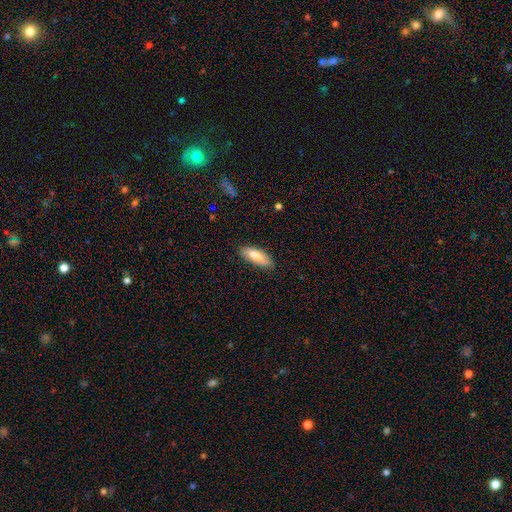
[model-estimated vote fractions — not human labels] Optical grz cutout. It shows a smooth galaxy with no disk features (82%) that is in between round and cigar-shaped (68%). Merging: none (81%).